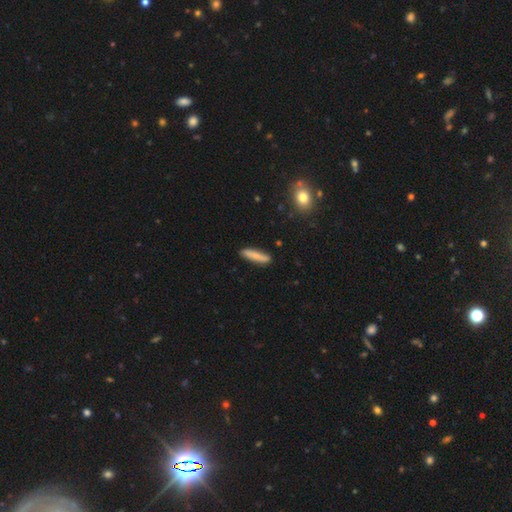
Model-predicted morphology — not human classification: Smooth or featured: smooth — 75% (featured or disk — 19%)
How rounded: cigar-shaped — 81% (in between — 17%)
Merging: none — 85% (minor disturbance — 11%)